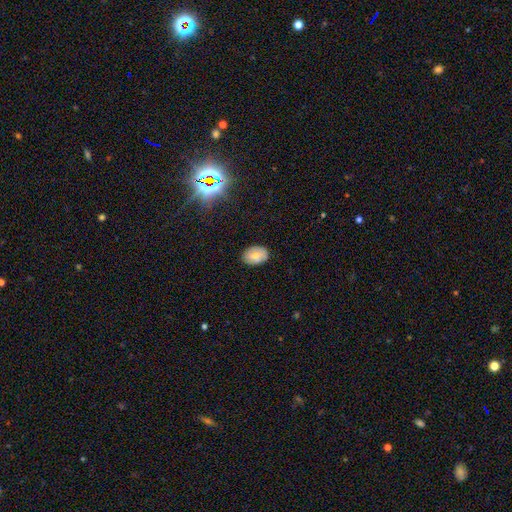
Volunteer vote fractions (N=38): Smooth or featured: smooth — 55% (featured or disk — 37%)
How rounded: in between — 86% (round — 14%)
Merging: none — 89% (minor disturbance — 9%)